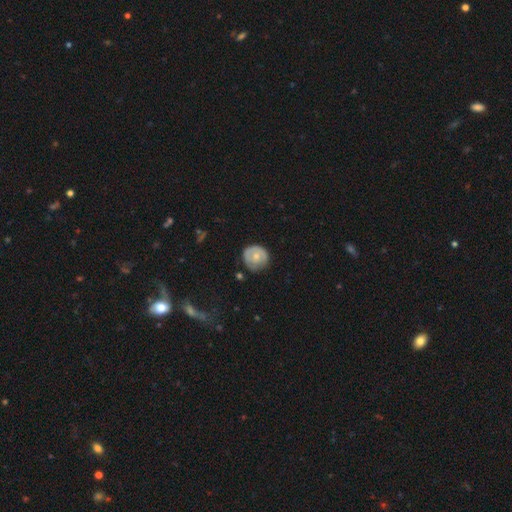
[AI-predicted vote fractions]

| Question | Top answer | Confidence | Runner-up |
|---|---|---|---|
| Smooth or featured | smooth | 53% | featured or disk (41%) |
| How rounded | round | 88% | in between (11%) |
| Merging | none | 69% | minor disturbance (24%) |